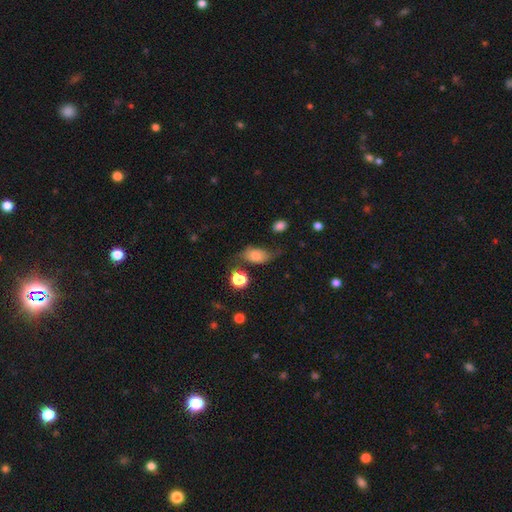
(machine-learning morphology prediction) This is likely a smooth galaxy (69%). How rounded: clearly in between (84%). Merging: possibly none (51%).